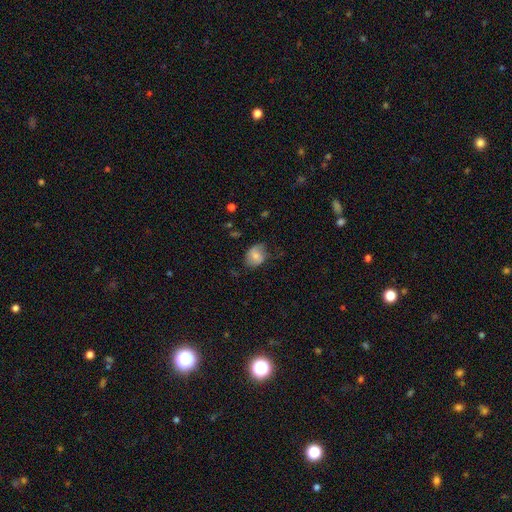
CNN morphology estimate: A smooth galaxy with no disk features (67%) that is in between round and cigar-shaped (59%).

Vote fractions:
- Smooth or featured? smooth: 67% / featured or disk: 25% / star or artifact: 8%
- How rounded? in between: 59% / round: 40% / cigar-shaped: 1%
- Merging? none: 61% / minor disturbance: 29% / major disturbance: 9% / merger: 1%